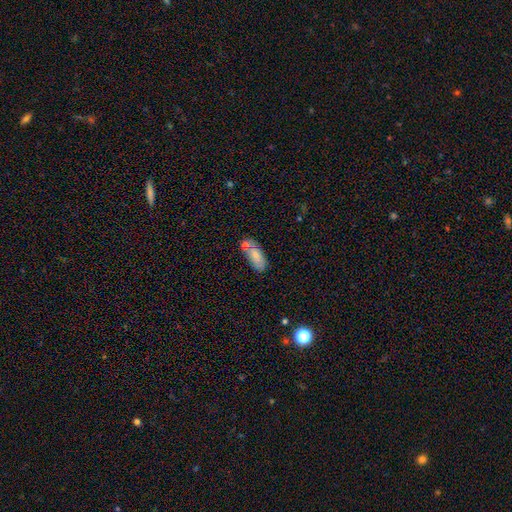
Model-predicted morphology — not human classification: The model was most divided on "merging": none: 55%, minor disturbance: 20%, merger: 19%, major disturbance: 6%. More confident: how rounded — in between (84%); smooth or featured — smooth (75%).